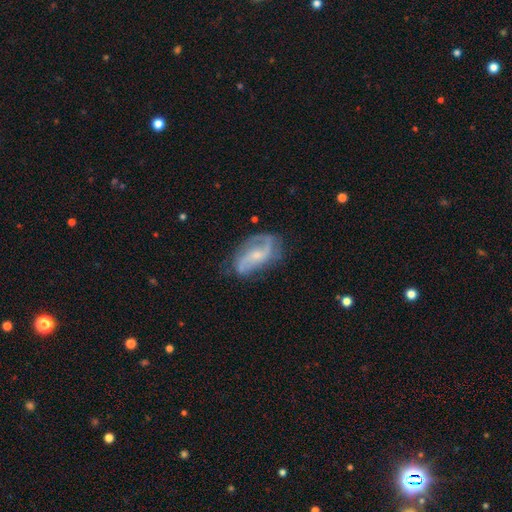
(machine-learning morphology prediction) The model was most divided on "spiral winding": loose: 45%, medium: 40%, tight: 15%. Remaining: edge-on disk — no (96%); spiral arms — yes (93%); spiral arm count — 2 (82%); smooth or featured — featured or disk (81%); merging — none (64%); bulge size — small (59%); bar — no (46%).